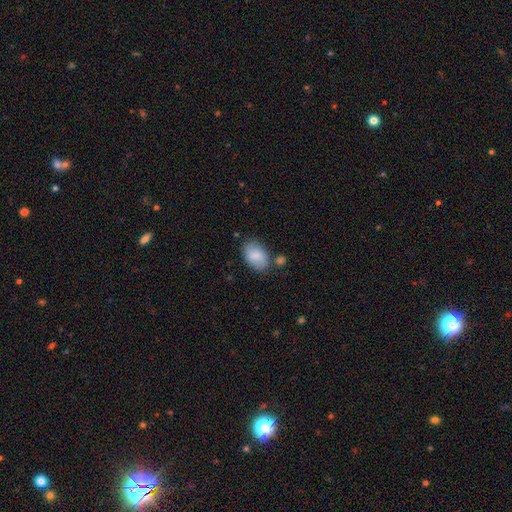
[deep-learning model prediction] Smooth or featured?
  - smooth: 85% *
  - featured or disk: 9%
  - star or artifact: 6%
How rounded?
  - in between: 90% *
  - round: 9%
  - cigar-shaped: 1%
Merging?
  - none: 70% *
  - minor disturbance: 18%
  - merger: 7%
  - major disturbance: 4%